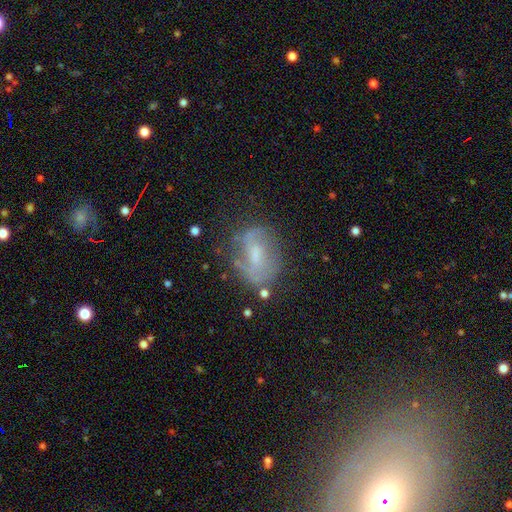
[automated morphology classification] A featured or disk galaxy (61%) with a weak bar (48%), spiral arms (68%) and a small central bulge (42%). Merging: none (57%).